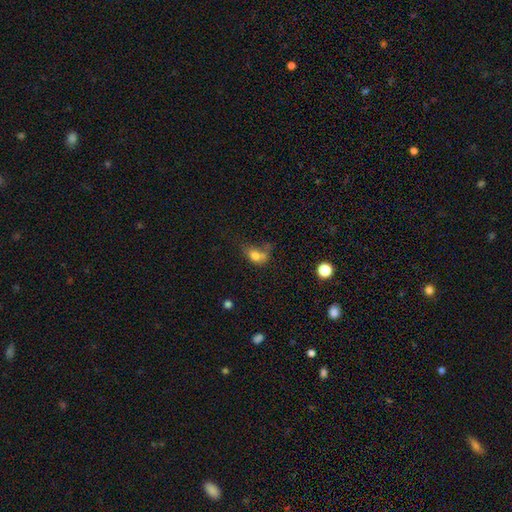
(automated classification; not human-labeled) A smooth galaxy with no disk features (71%) that is in between round and cigar-shaped (69%). Merging: merger (29%).